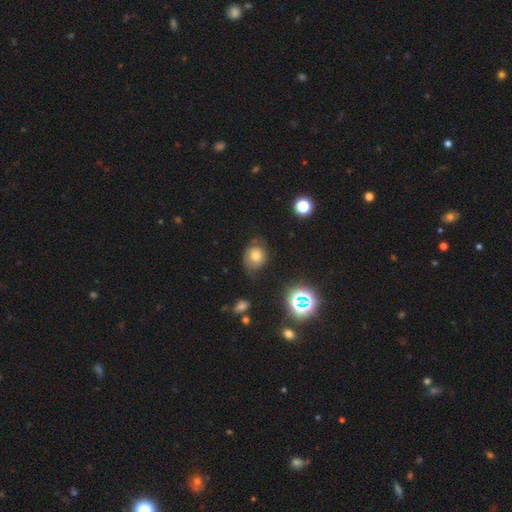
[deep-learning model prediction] smooth 62%, featured or disk 21%, star or artifact 17%. Down the decision tree: how rounded — round (66%); merging — none (52%).